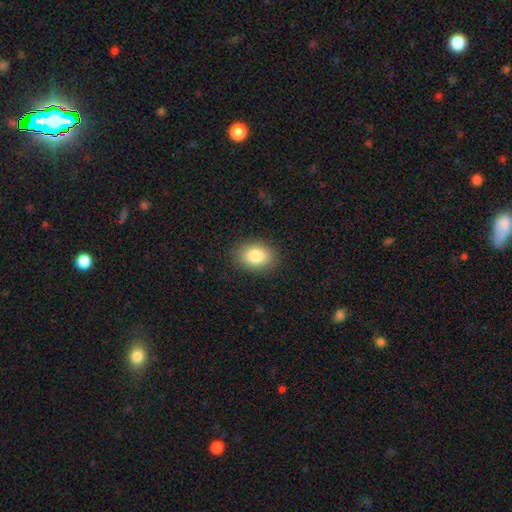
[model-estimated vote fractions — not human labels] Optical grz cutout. It shows a smooth galaxy with no disk features (86%) that is in between round and cigar-shaped (76%). Merging: none (87%).